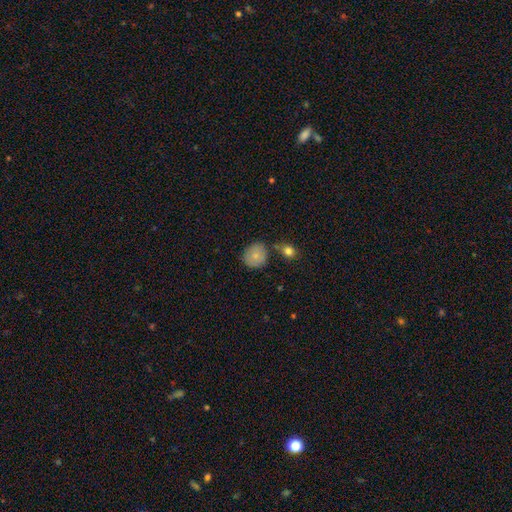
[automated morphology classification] smooth 81%, featured or disk 11%, star or artifact 8%. Down the decision tree: how rounded — round (86%); merging — none (71%).